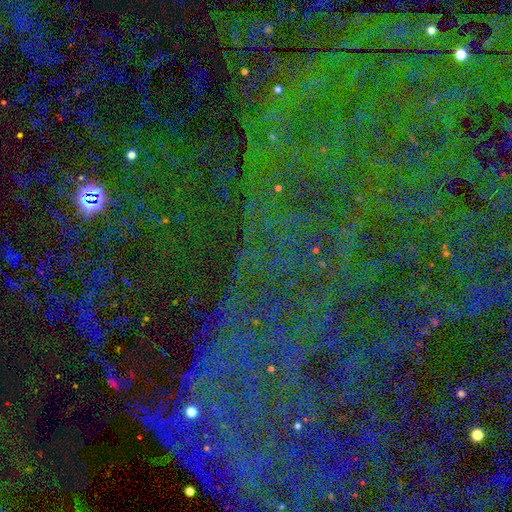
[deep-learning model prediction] A star or artifact, not a galaxy (83%).